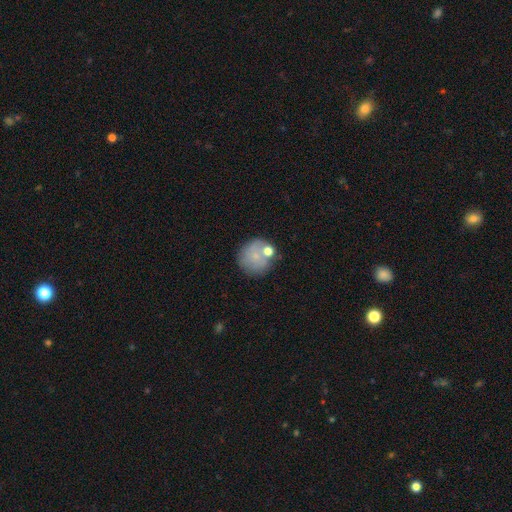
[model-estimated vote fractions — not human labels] This is likely a smooth galaxy (69%). How rounded: clearly round (90%). Merging: likely none (64%).